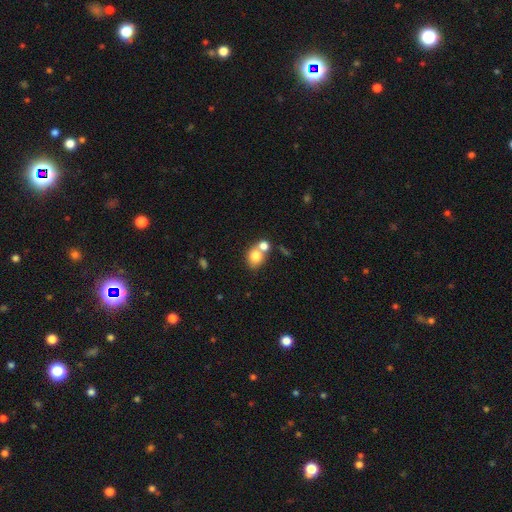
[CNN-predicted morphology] type=smooth (78%); roundness=round (61%); merging=merger (45%).